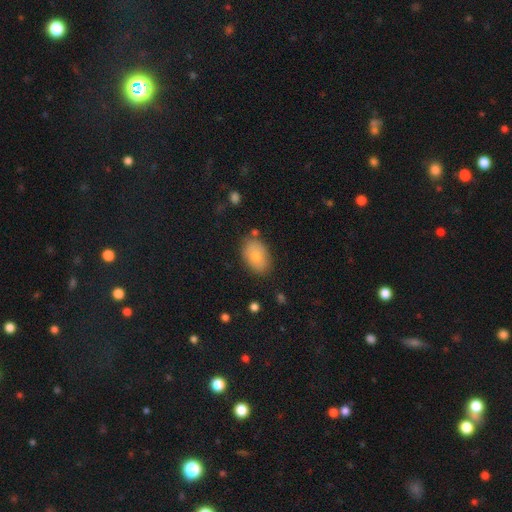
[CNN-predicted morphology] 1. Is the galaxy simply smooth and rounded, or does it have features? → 76% smooth, 17% featured or disk, 7% star or artifact.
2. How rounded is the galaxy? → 86% in between, 13% round, 1% cigar-shaped.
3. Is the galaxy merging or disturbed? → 77% none, 16% minor disturbance, 4% major disturbance, 3% merger.